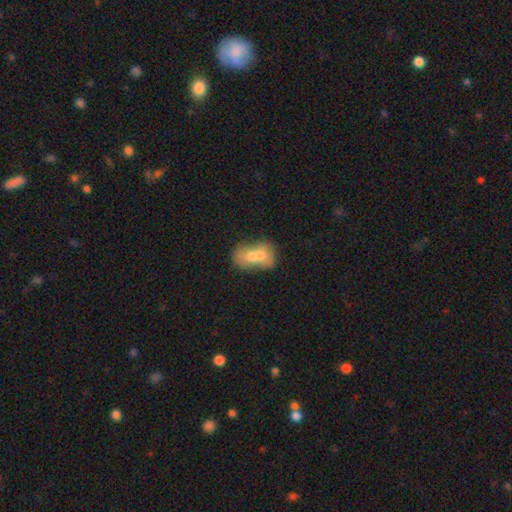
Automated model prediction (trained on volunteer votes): smooth-or-featured: smooth: 64% | featured or disk: 28% | star or artifact: 8%
  how-rounded: in between: 70% | round: 28% | cigar-shaped: 2%
  merging: merger: 70% | none: 17% | minor disturbance: 8% | major disturbance: 5%